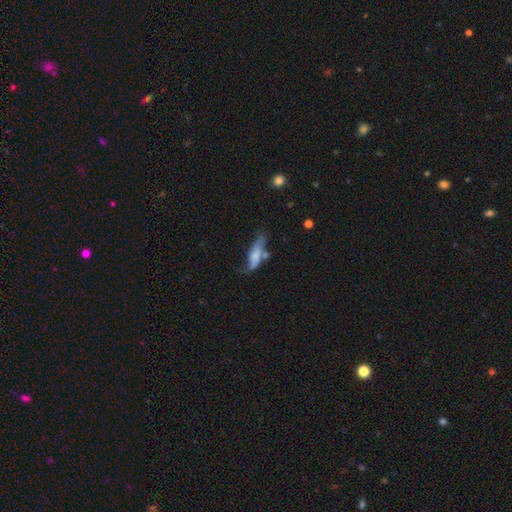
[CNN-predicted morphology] A smooth galaxy with no disk features (58%) that is in between round and cigar-shaped (54%). Merging: none (35%).